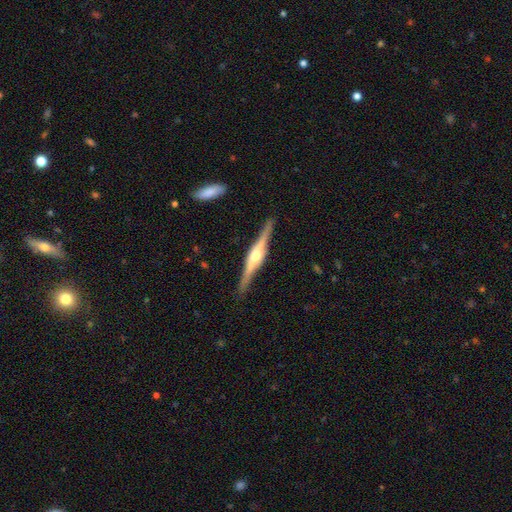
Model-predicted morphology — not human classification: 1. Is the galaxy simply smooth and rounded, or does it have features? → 83% featured or disk, 12% smooth, 5% star or artifact.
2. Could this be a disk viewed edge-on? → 98% yes, 2% no.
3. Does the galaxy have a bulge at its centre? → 87% rounded, 10% boxy, 3% none.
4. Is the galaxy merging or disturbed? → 90% none, 8% minor disturbance, 2% major disturbance, 1% merger.